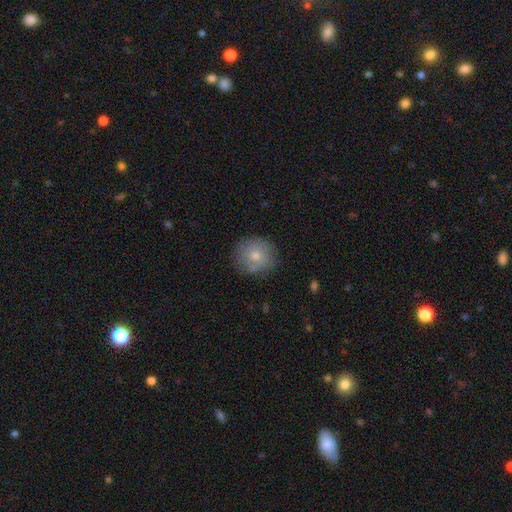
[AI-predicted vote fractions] Smooth or featured?
  - smooth: 72% *
  - featured or disk: 20%
  - star or artifact: 8%
How rounded?
  - round: 88% *
  - in between: 11%
  - cigar-shaped: 1%
Merging?
  - none: 80% *
  - minor disturbance: 14%
  - major disturbance: 4%
  - merger: 2%